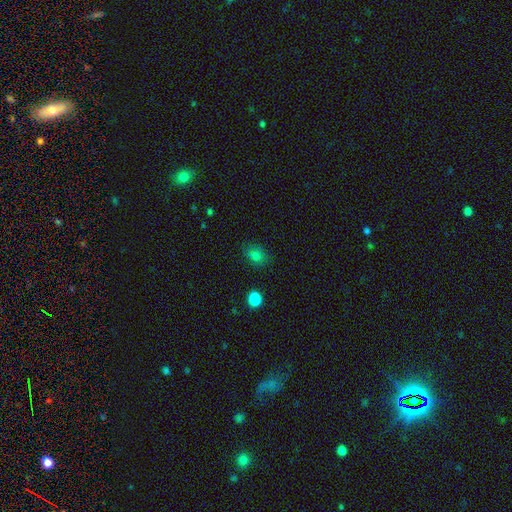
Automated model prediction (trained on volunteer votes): This is clearly a smooth galaxy (81%). How rounded: likely in between (67%). Merging: likely none (80%).